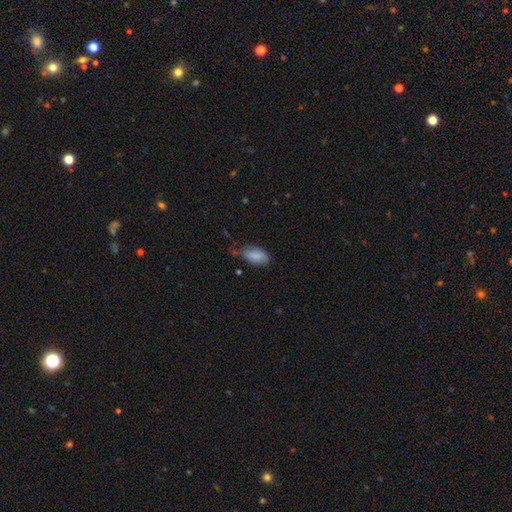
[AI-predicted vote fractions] A smooth galaxy with no disk features (82%) that is in between round and cigar-shaped (92%). Merging: none (45%).